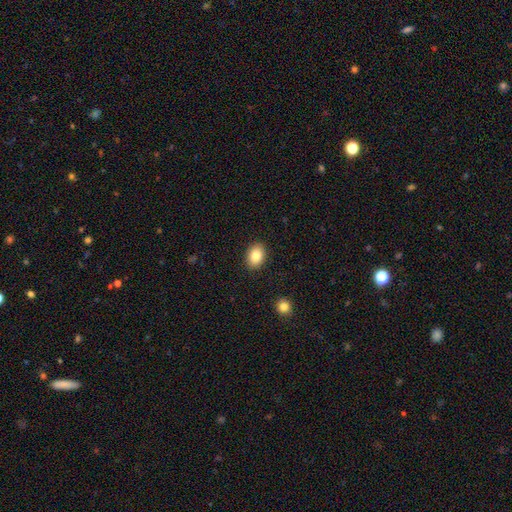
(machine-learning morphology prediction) The model was most divided on "how rounded": in between: 80%, round: 19%, cigar-shaped: 1%. More confident: merging — none (90%); smooth or featured — smooth (85%).